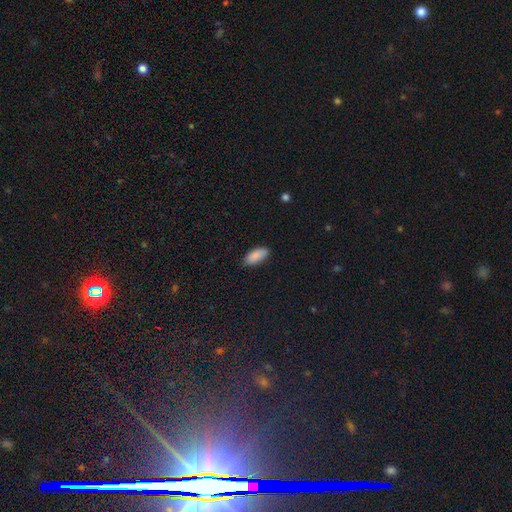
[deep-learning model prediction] Smooth or featured? smooth (89%)
How rounded? in between (89%)
Merging? none (84%)